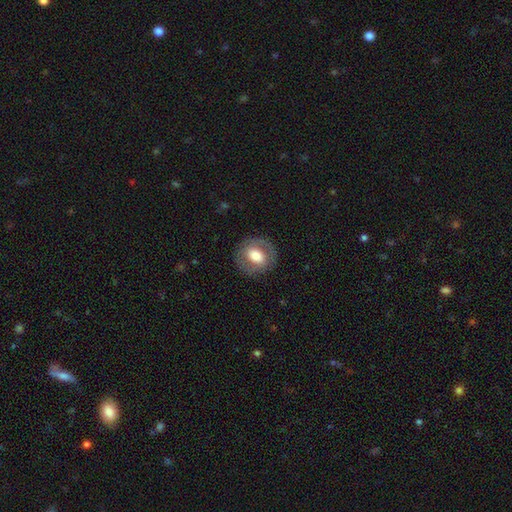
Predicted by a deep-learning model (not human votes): smooth 59%, featured or disk 34%, star or artifact 7%. Down the decision tree: how rounded — round (66%); merging — none (82%).